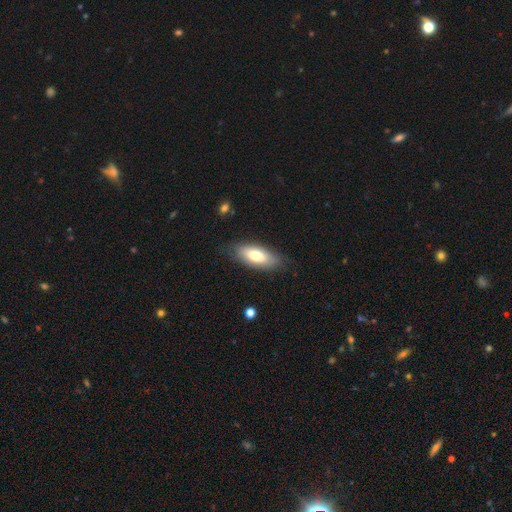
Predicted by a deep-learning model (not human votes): A smooth galaxy with no disk features (74%) that is in between round and cigar-shaped (81%).

Vote fractions:
- Smooth or featured? smooth: 74% / featured or disk: 20% / star or artifact: 6%
- How rounded? in between: 81% / cigar-shaped: 17% / round: 2%
- Merging? none: 80% / minor disturbance: 15% / major disturbance: 4% / merger: 1%